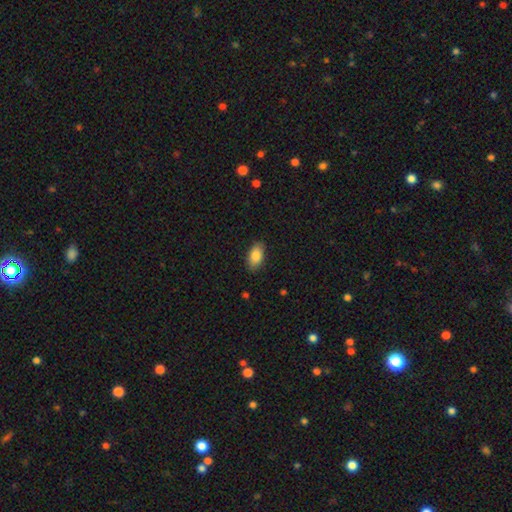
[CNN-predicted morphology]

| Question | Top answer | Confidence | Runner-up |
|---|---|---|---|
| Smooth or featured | smooth | 84% | featured or disk (9%) |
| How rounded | in between | 92% | cigar-shaped (4%) |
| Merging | none | 87% | minor disturbance (10%) |